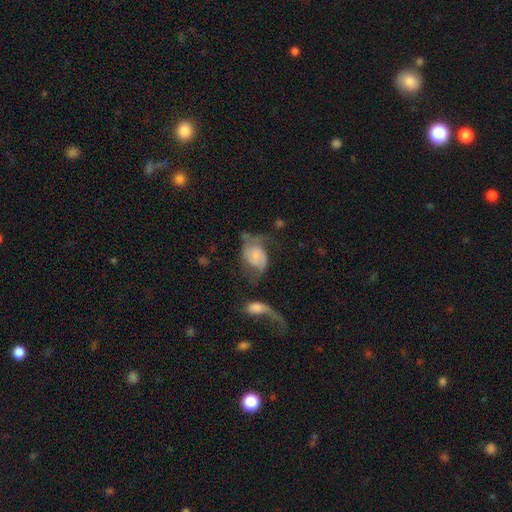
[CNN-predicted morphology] This is likely a featured or disk galaxy (61%). It is clearly not viewed edge-on (97%). Bar: possibly no (59%). Spiral arm pattern: clearly yes (85%). Spiral arm count: clearly 2 (80%). Spiral winding: possibly loose (47%). Central bulge: possibly small (49%). Merging: marginally major disturbance (29%, tied with none).